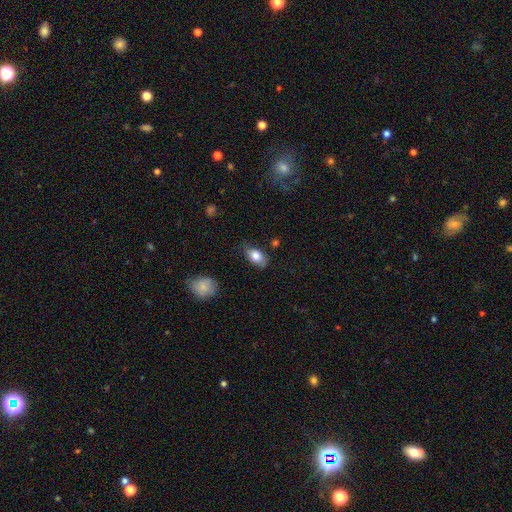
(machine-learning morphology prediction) Smooth or featured?
  - smooth: 81% *
  - featured or disk: 12%
  - star or artifact: 7%
How rounded?
  - in between: 90% *
  - round: 8%
  - cigar-shaped: 2%
Merging?
  - none: 72% *
  - minor disturbance: 22%
  - major disturbance: 4%
  - merger: 2%